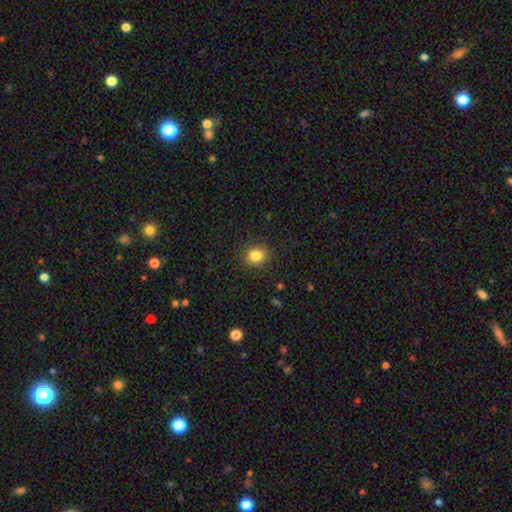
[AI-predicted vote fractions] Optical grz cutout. It shows a smooth galaxy with no disk features (83%) that is round (77%). Merging: none (88%).